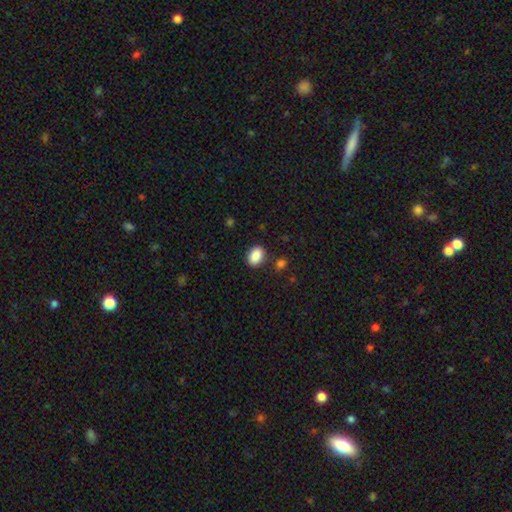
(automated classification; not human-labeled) Smooth or featured? Predicted: smooth (p=0.88). How rounded? Predicted: in between (p=0.79). Merging? Predicted: none (p=0.84).